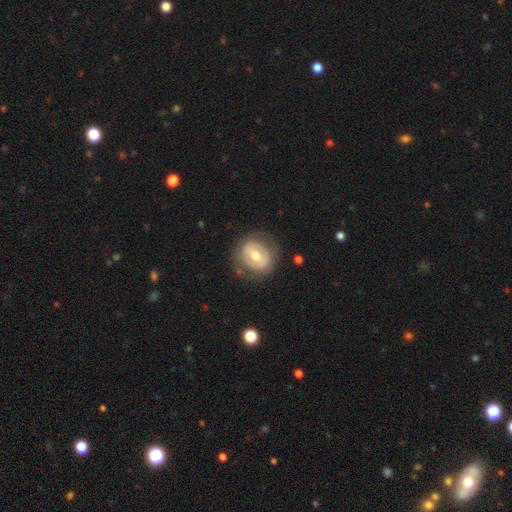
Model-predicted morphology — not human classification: The model was most divided on "bar": weak: 39%, strong: 31%, no: 30%. More confident: edge-on disk — no (95%); spiral arms — no (79%); merging — none (76%); bulge size — moderate (70%); smooth or featured — featured or disk (53%).